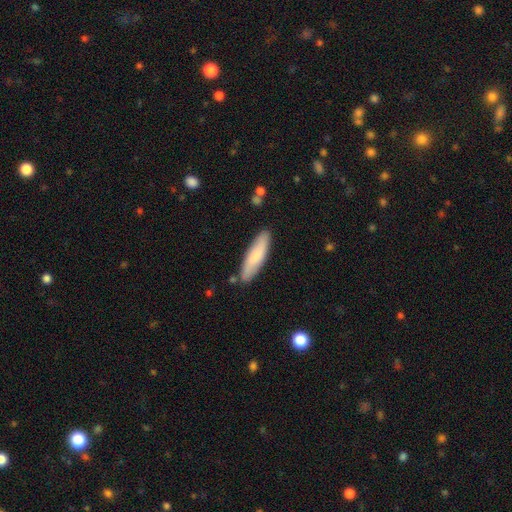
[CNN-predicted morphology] A smooth galaxy with no disk features (72%) that is cigar-shaped (66%).

Vote fractions:
- Smooth or featured? smooth: 72% / featured or disk: 22% / star or artifact: 5%
- How rounded? cigar-shaped: 66% / in between: 32% / round: 2%
- Merging? none: 85% / minor disturbance: 11% / merger: 2% / major disturbance: 2%